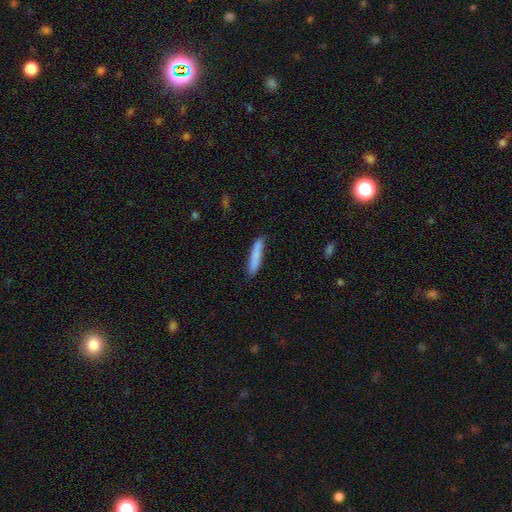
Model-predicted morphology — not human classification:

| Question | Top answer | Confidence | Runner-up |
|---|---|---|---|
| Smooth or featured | smooth | 83% | featured or disk (11%) |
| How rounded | cigar-shaped | 92% | in between (7%) |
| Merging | none | 84% | minor disturbance (12%) |